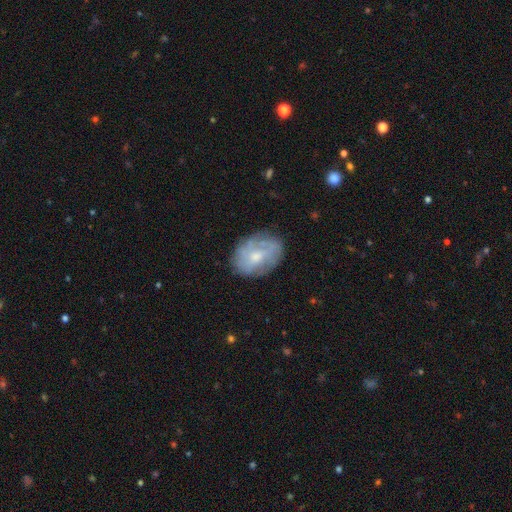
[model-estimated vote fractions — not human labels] Smooth or featured: featured or disk — 51% (smooth — 42%)
Edge-on disk: no — 96% (yes — 4%)
Merging: none — 71% (minor disturbance — 20%)